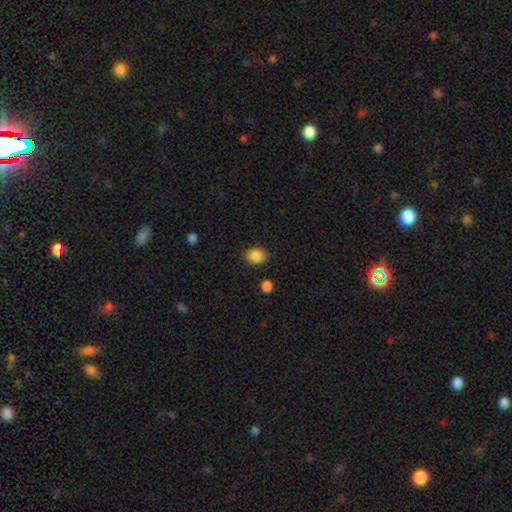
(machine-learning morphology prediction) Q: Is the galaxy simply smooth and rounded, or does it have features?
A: smooth — 88%.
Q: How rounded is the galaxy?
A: in between — 54%.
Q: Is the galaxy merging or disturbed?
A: none — 86%.